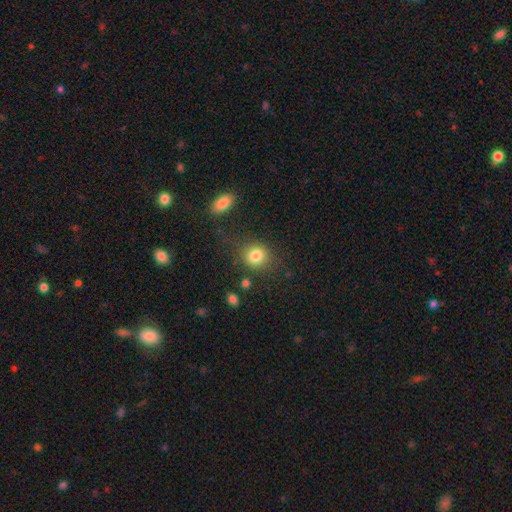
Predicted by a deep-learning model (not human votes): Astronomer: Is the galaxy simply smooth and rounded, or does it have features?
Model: smooth — 83%.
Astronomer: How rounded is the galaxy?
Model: round — 75%.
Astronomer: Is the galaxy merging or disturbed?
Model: none — 76%.